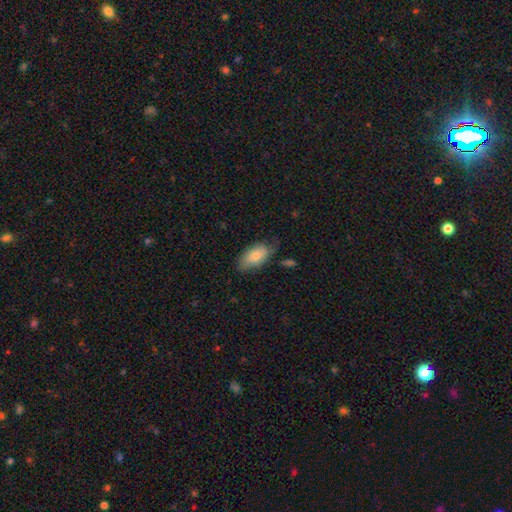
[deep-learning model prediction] Smooth or featured?
  - smooth: 78% *
  - featured or disk: 16%
  - star or artifact: 6%
How rounded?
  - in between: 92% *
  - cigar-shaped: 5%
  - round: 3%
Merging?
  - none: 61% *
  - minor disturbance: 29%
  - major disturbance: 8%
  - merger: 2%